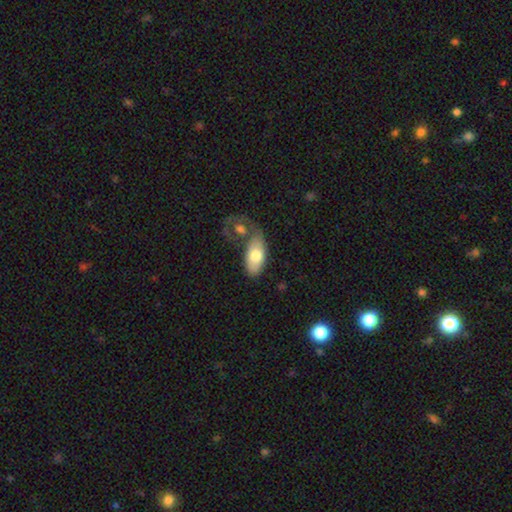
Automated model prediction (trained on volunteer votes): A smooth galaxy with no disk features (69%) that is in between round and cigar-shaped (91%). Merging: none (43%).